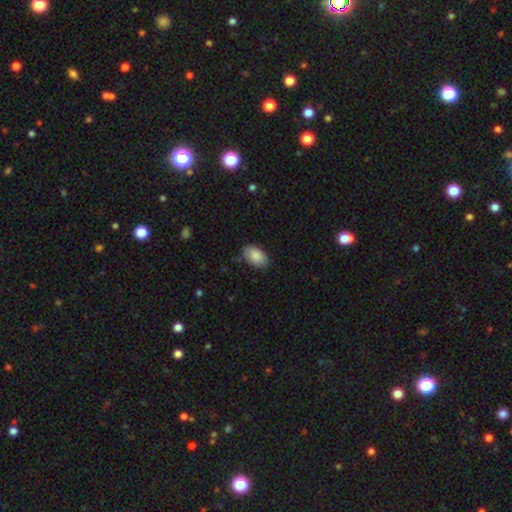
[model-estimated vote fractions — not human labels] Overall: smooth (86%). How rounded: in between (92%). Merging: none (79%).